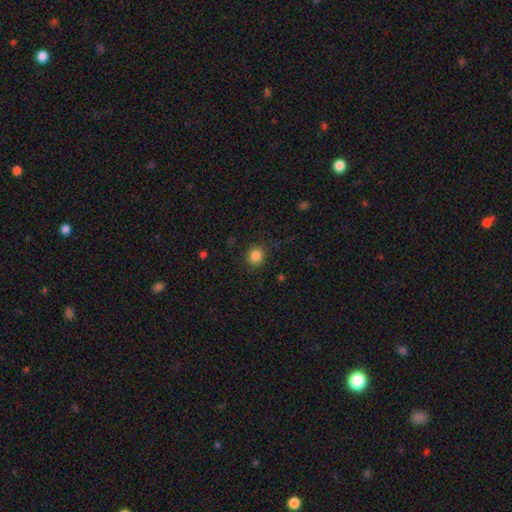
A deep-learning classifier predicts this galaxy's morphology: smooth-or-featured: smooth: 85% | star or artifact: 11% | featured or disk: 4%
  how-rounded: round: 83% | in between: 16% | cigar-shaped: 1%
  merging: none: 86% | minor disturbance: 9% | major disturbance: 3% | merger: 1%